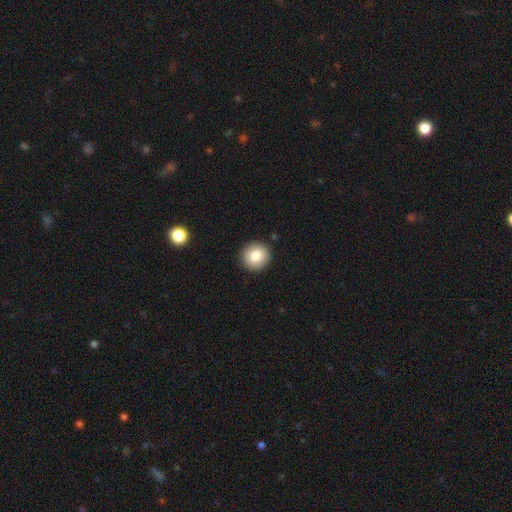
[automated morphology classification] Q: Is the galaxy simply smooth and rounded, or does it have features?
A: smooth — 83%.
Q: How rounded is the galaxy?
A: round — 92%.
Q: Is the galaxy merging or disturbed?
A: none — 92%.